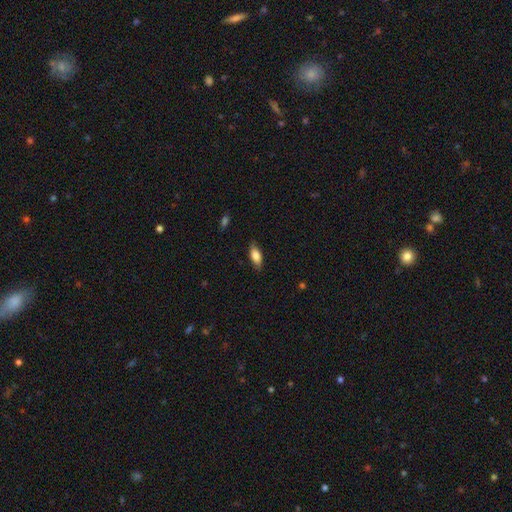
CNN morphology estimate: type=smooth (78%); roundness=in between (79%); merging=none (82%).